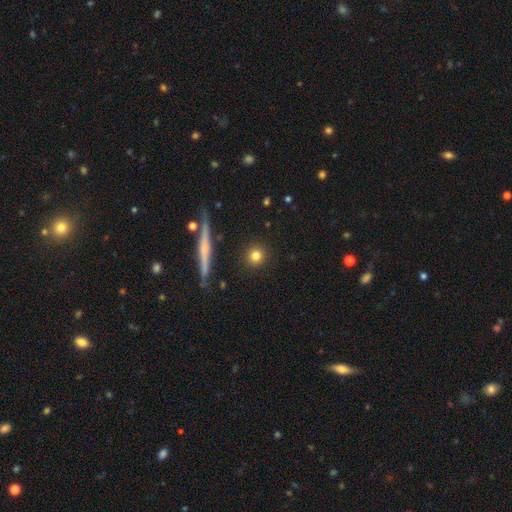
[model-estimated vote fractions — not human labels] Morphology: type=smooth (80%); roundness=round (92%); merging=none (90%).